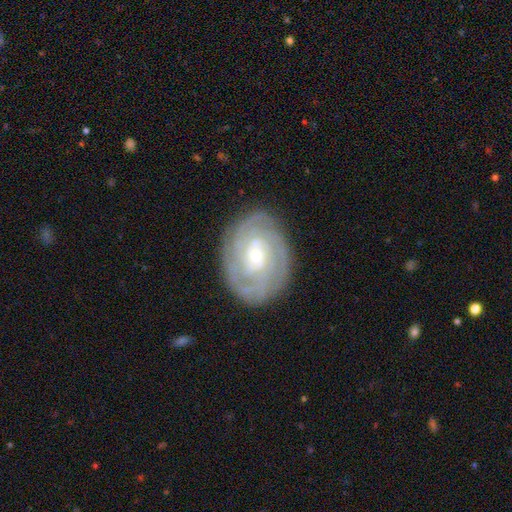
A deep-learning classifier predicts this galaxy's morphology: Smooth or featured? featured or disk (84%)
Edge-on disk? no (97%)
Bar? no (62%)
Spiral arms? yes (95%)
Spiral winding? tight (75%)
Spiral arm count? can't tell (33%)
Bulge size? small (70%)
Merging? none (82%)